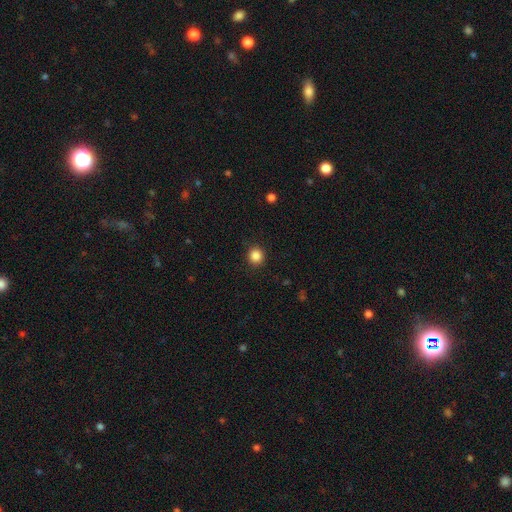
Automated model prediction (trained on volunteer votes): smooth_or_featured: smooth (p=0.86) [alt: star or artifact p=0.11]
how_rounded: round (p=0.91) [alt: in between p=0.08]
merging: none (p=0.91) [alt: minor disturbance p=0.06]